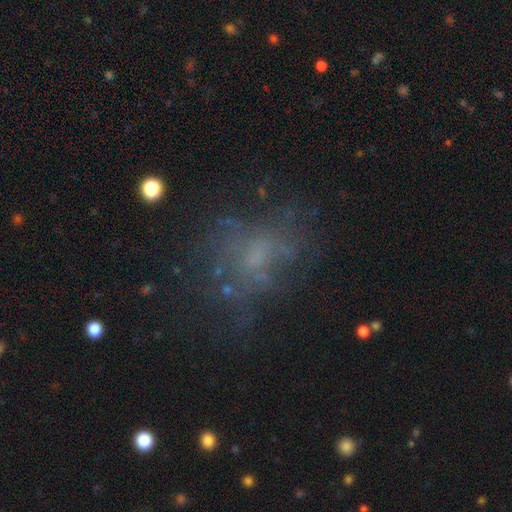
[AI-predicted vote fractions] Smooth or featured? Predicted: featured or disk (p=0.43). Merging? Predicted: none (p=0.54).